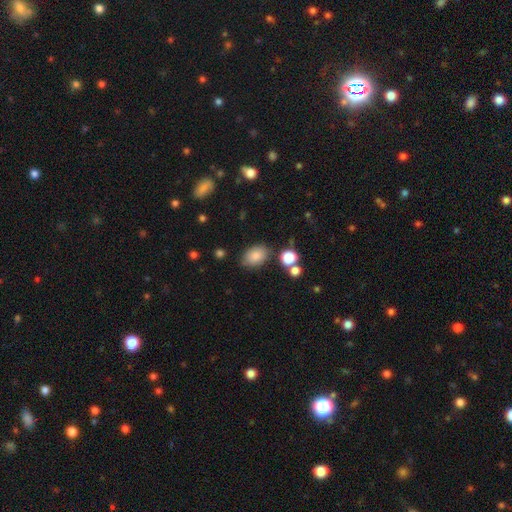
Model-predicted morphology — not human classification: This appears to be a smooth galaxy with no disk features (83%) that is in between round and cigar-shaped (82%). Merging: none (77%).